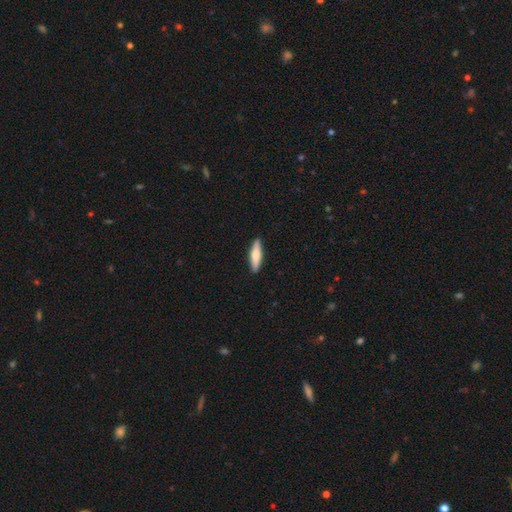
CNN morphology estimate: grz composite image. It shows a smooth galaxy with no disk features (65%) that is cigar-shaped (73%). Merging: none (91%).